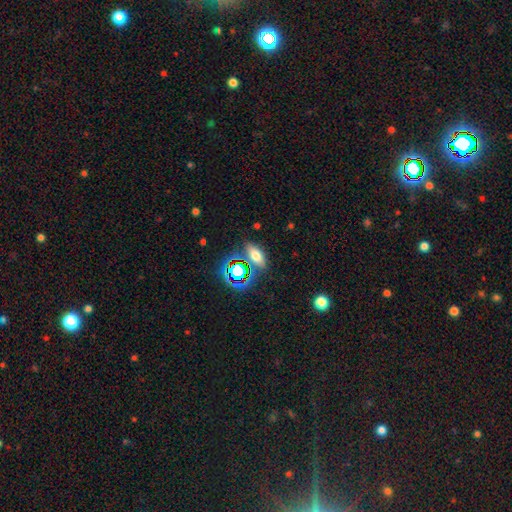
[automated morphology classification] Smooth or featured? smooth (61%)
How rounded? in between (78%)
Merging? none (77%)